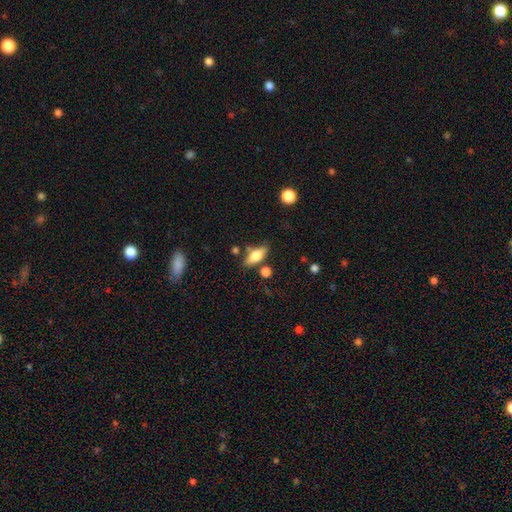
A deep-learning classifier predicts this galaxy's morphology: A smooth galaxy with no disk features (67%) that is in between round and cigar-shaped (74%).

Vote fractions:
- Smooth or featured? smooth: 67% / featured or disk: 26% / star or artifact: 8%
- How rounded? in between: 74% / cigar-shaped: 22% / round: 4%
- Merging? none: 74% / minor disturbance: 14% / merger: 8% / major disturbance: 4%